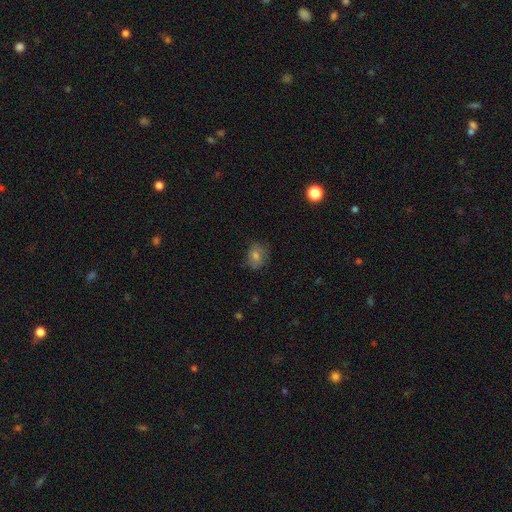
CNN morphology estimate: smooth_or_featured: smooth (p=0.67) [alt: featured or disk p=0.17]
how_rounded: round (p=0.58) [alt: in between p=0.40]
merging: none (p=0.76) [alt: minor disturbance p=0.18]